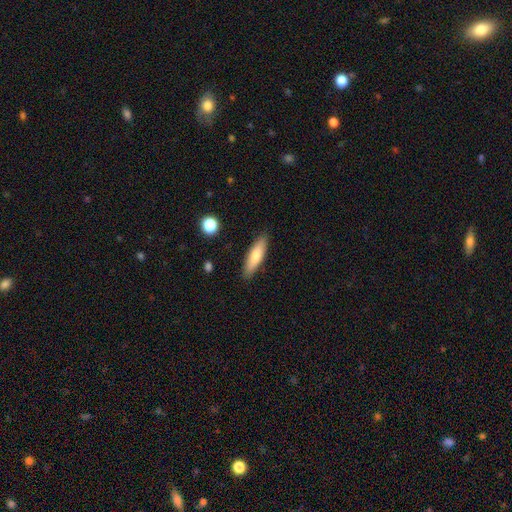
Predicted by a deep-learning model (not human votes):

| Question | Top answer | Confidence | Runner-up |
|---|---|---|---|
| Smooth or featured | smooth | 72% | featured or disk (22%) |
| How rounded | cigar-shaped | 62% | in between (36%) |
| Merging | none | 87% | minor disturbance (10%) |